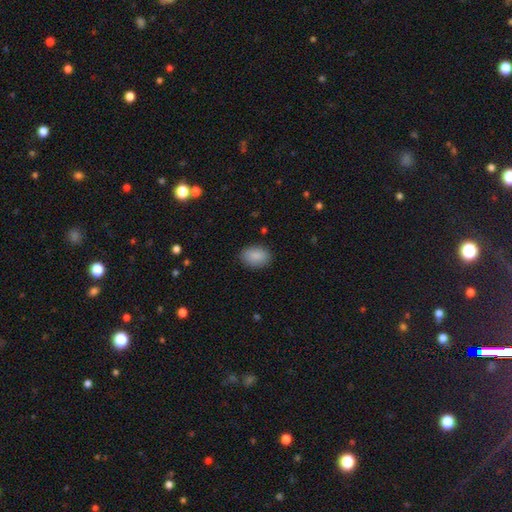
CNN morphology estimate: type=smooth (89%); roundness=in between (83%); merging=none (86%).